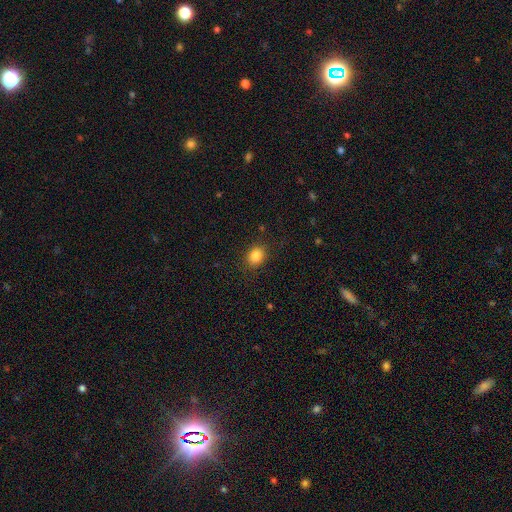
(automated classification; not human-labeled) The model was most divided on "how rounded": round: 59%, in between: 40%, cigar-shaped: 1%. More confident: merging — none (86%); smooth or featured — smooth (84%).